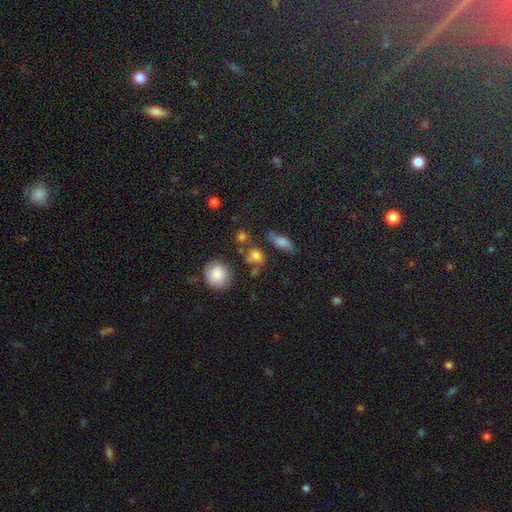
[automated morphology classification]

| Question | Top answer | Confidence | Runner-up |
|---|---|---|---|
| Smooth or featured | smooth | 75% | star or artifact (15%) |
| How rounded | round | 60% | in between (37%) |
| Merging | none | 60% | merger (17%) |